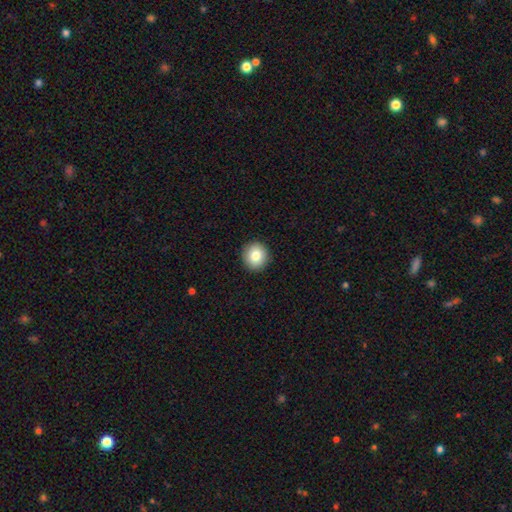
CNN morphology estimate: Smooth or featured? Predicted: smooth (p=0.82). How rounded? Predicted: round (p=0.93). Merging? Predicted: none (p=0.93).